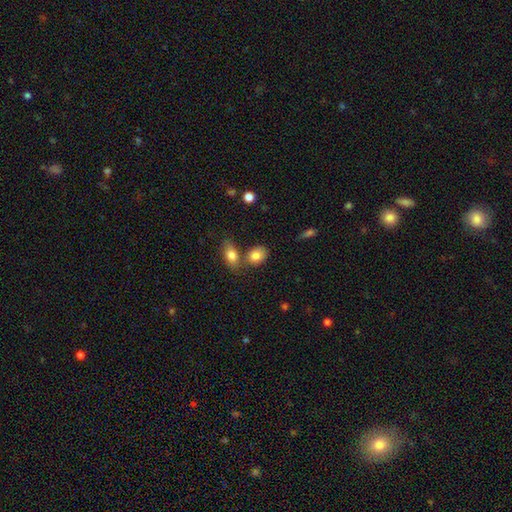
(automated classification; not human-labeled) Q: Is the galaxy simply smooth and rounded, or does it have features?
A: smooth — 83%.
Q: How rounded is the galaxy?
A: in between — 76%.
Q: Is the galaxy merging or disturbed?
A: none — 55%.